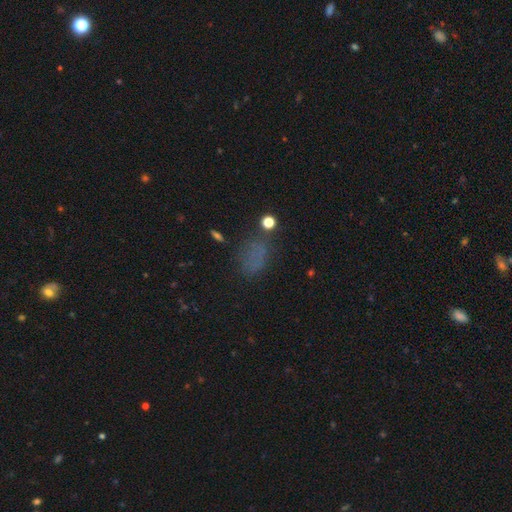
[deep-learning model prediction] Smooth or featured: smooth — 56% (star or artifact — 31%)
How rounded: in between — 73% (round — 24%)
Merging: none — 58% (minor disturbance — 21%)